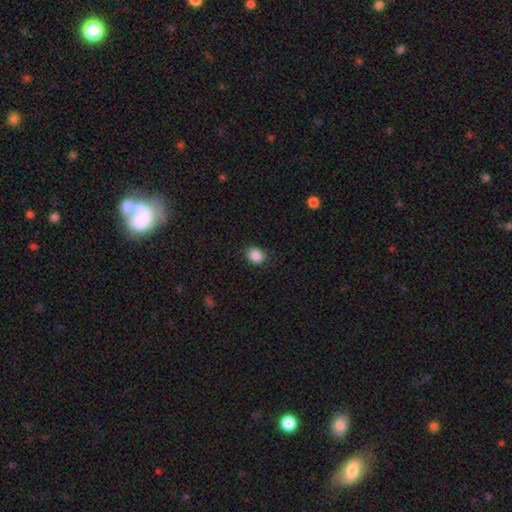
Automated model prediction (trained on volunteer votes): Q: Smooth or featured?
A: smooth (87%); runner-up: star or artifact (9%)
Q: How rounded?
A: round (52%); runner-up: in between (47%)
Q: Merging?
A: none (85%); runner-up: minor disturbance (11%)